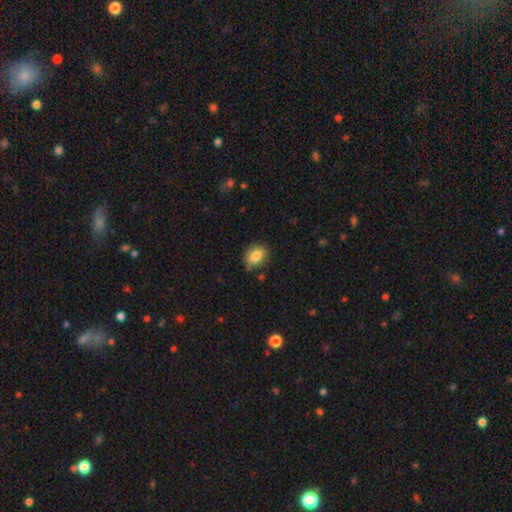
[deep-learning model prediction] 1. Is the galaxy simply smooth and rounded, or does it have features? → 83% smooth, 8% featured or disk, 8% star or artifact.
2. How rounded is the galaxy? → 72% in between, 27% round, 2% cigar-shaped.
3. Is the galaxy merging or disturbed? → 79% none, 16% minor disturbance, 3% major disturbance, 2% merger.